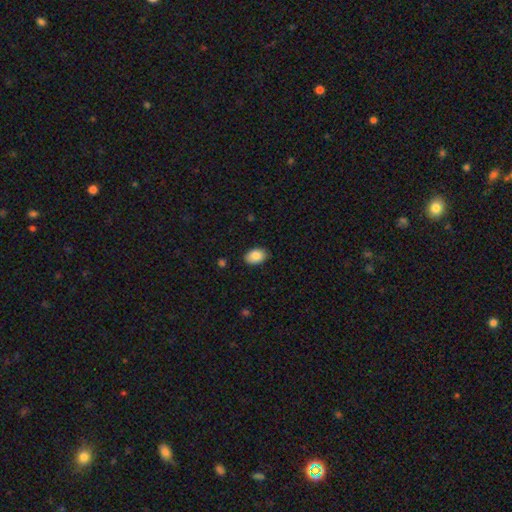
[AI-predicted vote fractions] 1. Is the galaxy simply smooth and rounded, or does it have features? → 87% smooth, 7% star or artifact, 6% featured or disk.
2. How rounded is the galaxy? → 86% in between, 13% round, 1% cigar-shaped.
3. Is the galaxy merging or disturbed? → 84% none, 12% minor disturbance, 2% major disturbance, 1% merger.